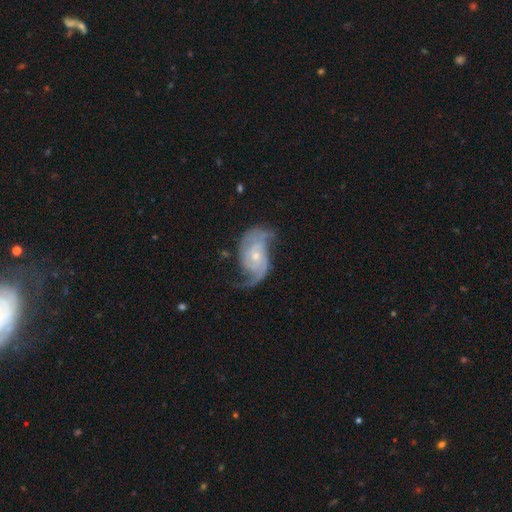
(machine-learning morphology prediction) type=featured or disk (88%); edge-on=no (97%); bar=no (66%); spiral arms=yes (97%); winding=medium (45%); arm count=2 (81%); bulge=small (62%); merging=none (59%).